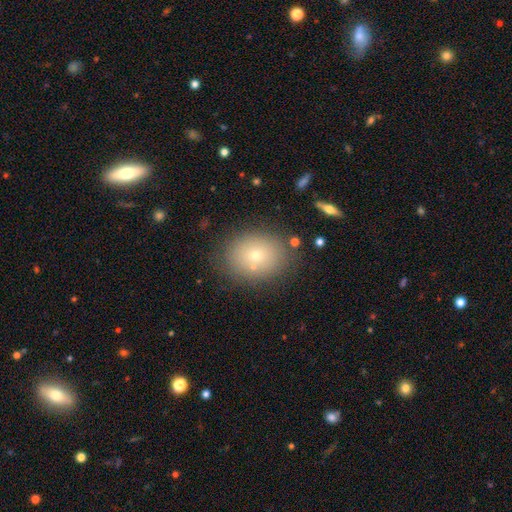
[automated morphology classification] Overall: smooth (69%). How rounded: in between (55%; round 44%). Merging: none (78%).